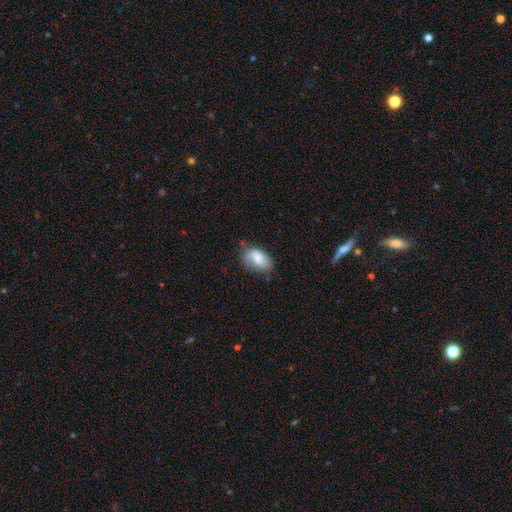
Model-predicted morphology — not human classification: Q: Smooth or featured?
A: smooth (72%); runner-up: featured or disk (20%)
Q: How rounded?
A: in between (90%); runner-up: round (8%)
Q: Merging?
A: none (56%); runner-up: minor disturbance (33%)